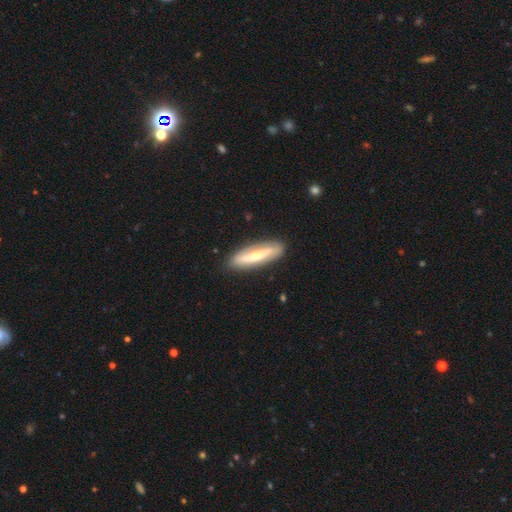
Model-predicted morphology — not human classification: Smooth or featured? featured or disk (52%)
Edge-on disk? yes (59%)
Merging? none (86%)